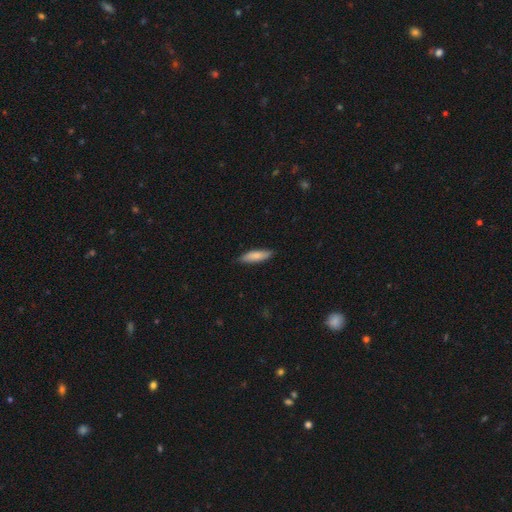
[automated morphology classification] This appears to be a smooth galaxy with no disk features (80%) that is cigar-shaped (63%). Merging: none (86%).